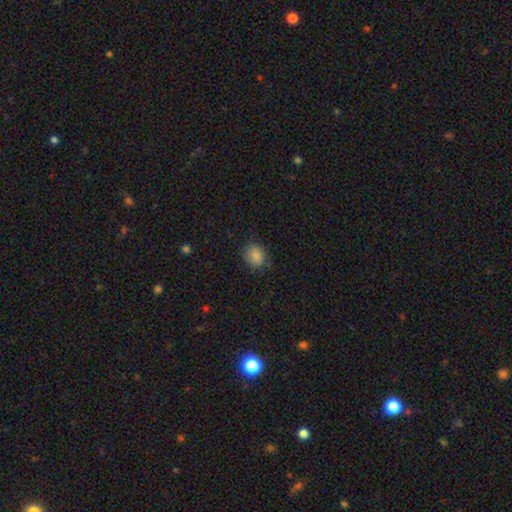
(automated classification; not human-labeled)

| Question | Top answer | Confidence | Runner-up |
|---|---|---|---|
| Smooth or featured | smooth | 85% | star or artifact (9%) |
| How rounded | round | 61% | in between (38%) |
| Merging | none | 77% | minor disturbance (17%) |